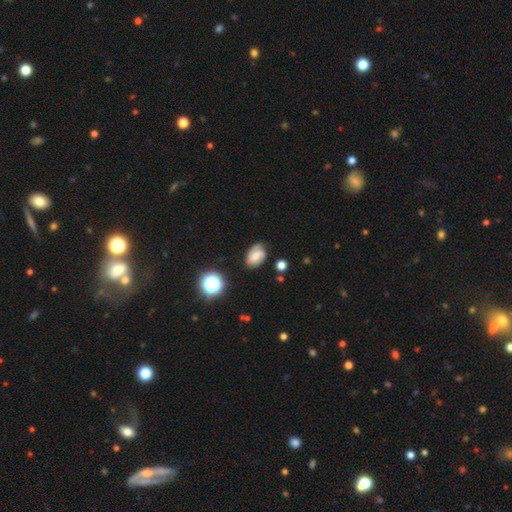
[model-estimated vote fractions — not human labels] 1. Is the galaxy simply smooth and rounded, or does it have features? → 46% smooth, 42% featured or disk, 12% star or artifact.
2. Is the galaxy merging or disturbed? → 66% none, 25% minor disturbance, 7% major disturbance, 3% merger.